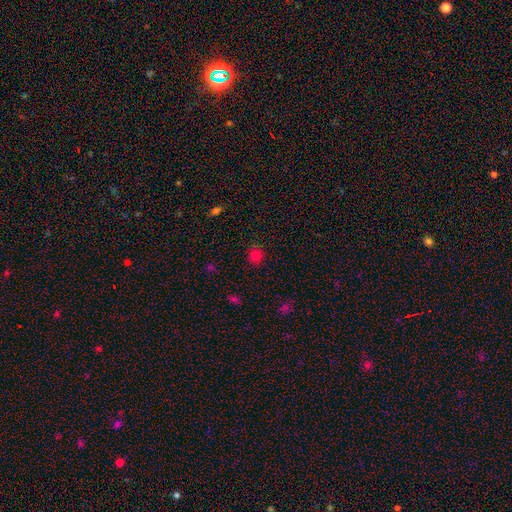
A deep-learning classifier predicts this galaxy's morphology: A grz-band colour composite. It shows a smooth galaxy with no disk features (79%) that is round (83%). Merging: none (88%).